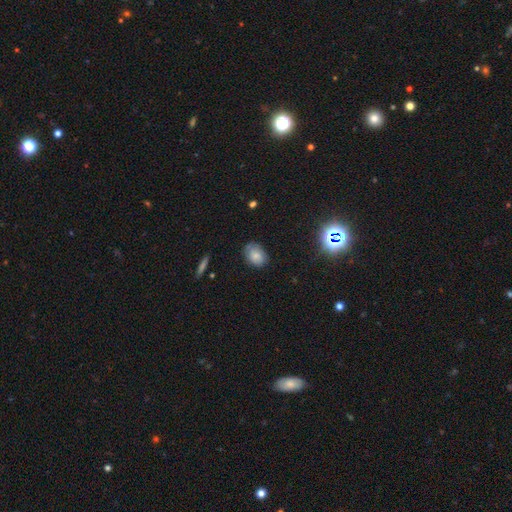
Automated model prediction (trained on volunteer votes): smooth 76%, featured or disk 14%, star or artifact 11%. Down the decision tree: how rounded — in between (72%); merging — none (74%).